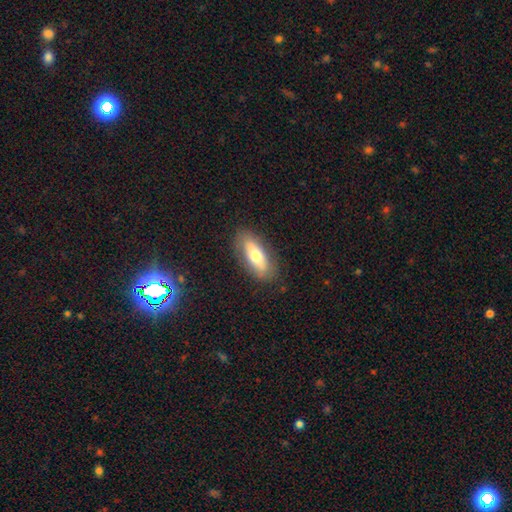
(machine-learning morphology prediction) smooth 64%, featured or disk 30%, star or artifact 6%. Down the decision tree: how rounded — in between (77%); merging — none (84%).